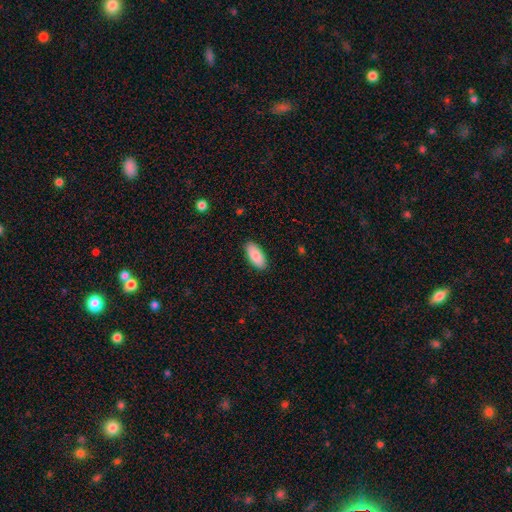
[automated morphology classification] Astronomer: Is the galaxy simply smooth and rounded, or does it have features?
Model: smooth — 89%.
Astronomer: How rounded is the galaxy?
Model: in between — 90%.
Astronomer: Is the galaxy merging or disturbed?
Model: none — 89%.